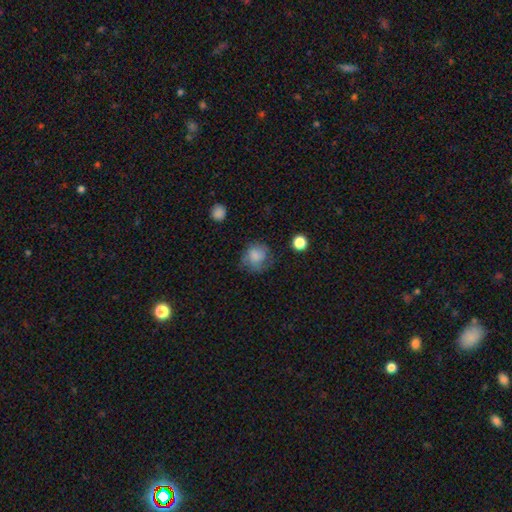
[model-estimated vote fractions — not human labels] Smooth or featured?
  - smooth: 77% *
  - featured or disk: 13%
  - star or artifact: 10%
How rounded?
  - round: 79% *
  - in between: 20%
  - cigar-shaped: 1%
Merging?
  - none: 59% *
  - minor disturbance: 26%
  - major disturbance: 14%
  - merger: 2%